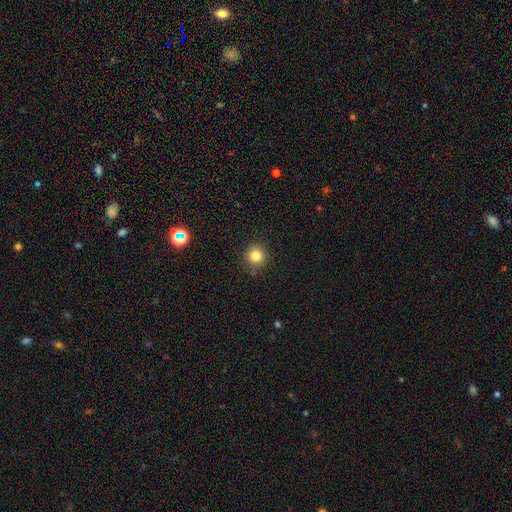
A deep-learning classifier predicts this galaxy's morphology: Smooth or featured?
  - smooth: 82% *
  - star or artifact: 12%
  - featured or disk: 5%
How rounded?
  - round: 93% *
  - in between: 6%
  - cigar-shaped: 1%
Merging?
  - none: 87% *
  - minor disturbance: 9%
  - major disturbance: 2%
  - merger: 2%